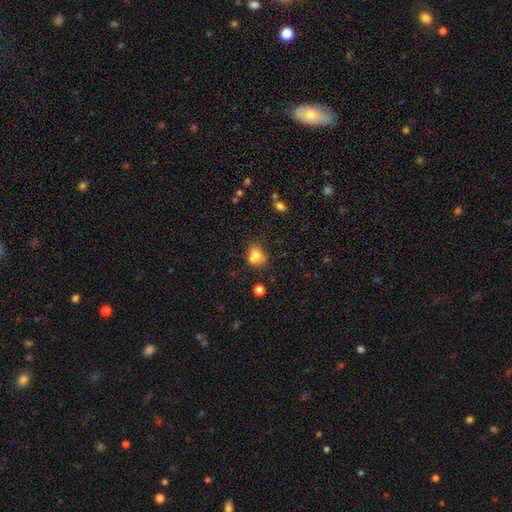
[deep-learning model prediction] A smooth galaxy with no disk features (74%) that is round (55%).

Vote fractions:
- Smooth or featured? smooth: 74% / featured or disk: 14% / star or artifact: 12%
- How rounded? round: 55% / in between: 43% / cigar-shaped: 1%
- Merging? none: 45% / merger: 30% / minor disturbance: 18% / major disturbance: 7%